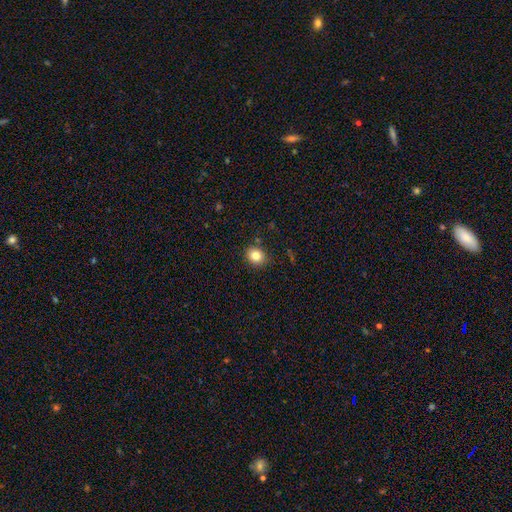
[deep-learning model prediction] This appears to be a smooth galaxy with no disk features (82%) that is round (65%). Merging: none (87%).